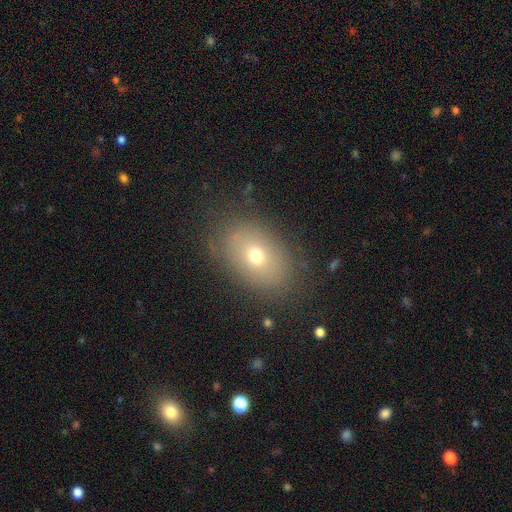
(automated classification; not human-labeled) Smooth or featured?
  - smooth: 65% *
  - featured or disk: 21%
  - star or artifact: 14%
How rounded?
  - in between: 78% *
  - round: 21%
  - cigar-shaped: 1%
Merging?
  - none: 80% *
  - minor disturbance: 13%
  - major disturbance: 6%
  - merger: 1%